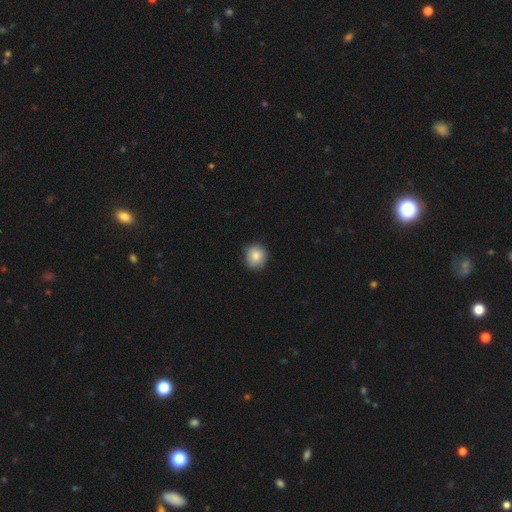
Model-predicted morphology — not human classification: Smooth or featured? Predicted: smooth (p=0.85). How rounded? Predicted: round (p=0.88). Merging? Predicted: none (p=0.86).